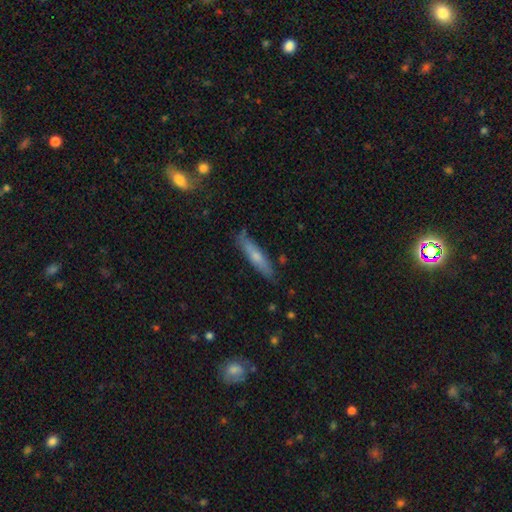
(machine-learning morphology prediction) The model was most divided on "smooth or featured": smooth: 55%, featured or disk: 38%, star or artifact: 6%. More confident: how rounded — cigar-shaped (86%); merging — none (81%).